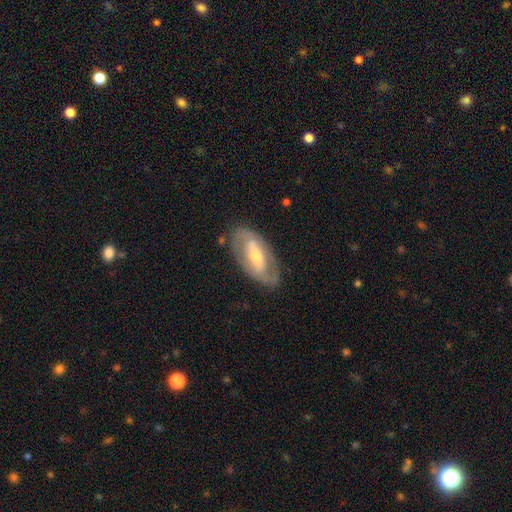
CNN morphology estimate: The model was most divided on "bar": strong: 40%, weak: 32%, no: 27%. More confident: edge-on disk — no (90%); merging — none (75%); smooth or featured — featured or disk (71%); spiral arms — yes (57%); bulge size — moderate (54%).